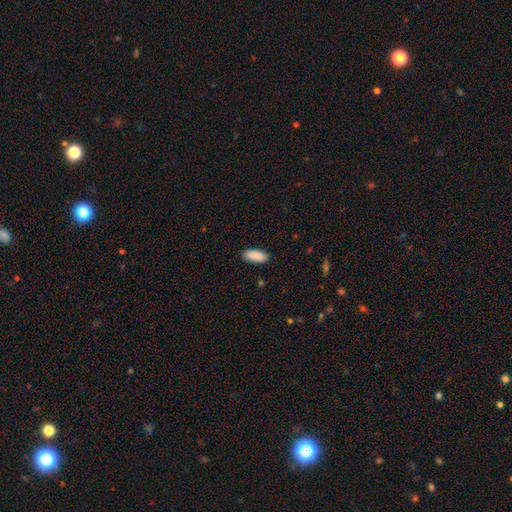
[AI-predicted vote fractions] Smooth or featured: smooth — 90% (star or artifact — 6%)
How rounded: in between — 84% (cigar-shaped — 15%)
Merging: none — 88% (minor disturbance — 9%)